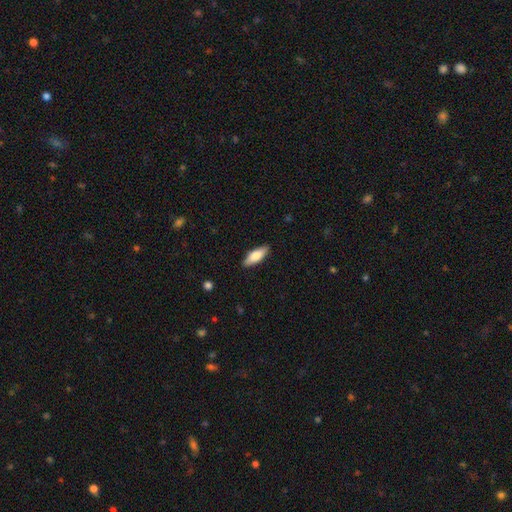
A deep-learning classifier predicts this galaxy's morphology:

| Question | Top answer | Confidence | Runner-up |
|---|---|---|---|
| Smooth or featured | smooth | 74% | featured or disk (21%) |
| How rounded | in between | 64% | cigar-shaped (34%) |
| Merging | none | 88% | minor disturbance (9%) |